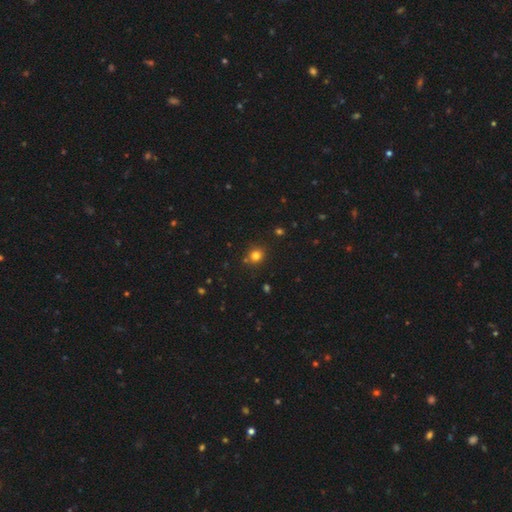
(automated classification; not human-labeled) smooth-or-featured: smooth: 78% | star or artifact: 16% | featured or disk: 6%
  how-rounded: round: 89% | in between: 10% | cigar-shaped: 1%
  merging: none: 83% | minor disturbance: 9% | merger: 6% | major disturbance: 2%